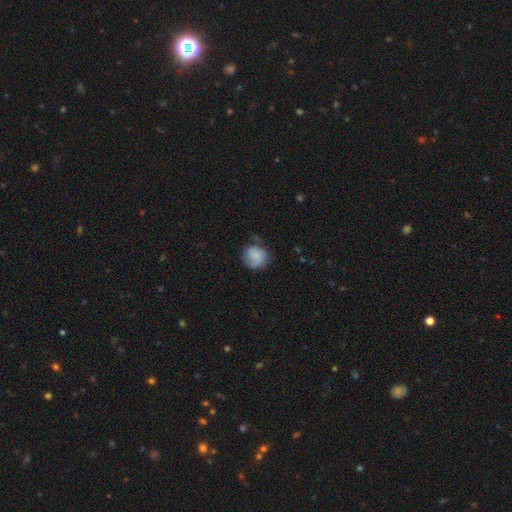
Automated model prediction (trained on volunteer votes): Overall: smooth (68%). How rounded: round (79%). Merging: none (53%; minor disturbance 30%).